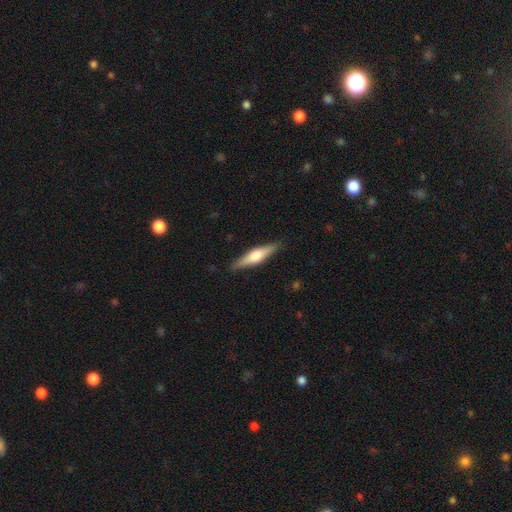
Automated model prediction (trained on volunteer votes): Smooth or featured? Predicted: featured or disk (p=0.51). Edge-on disk? Predicted: yes (p=0.96). Merging? Predicted: none (p=0.89).